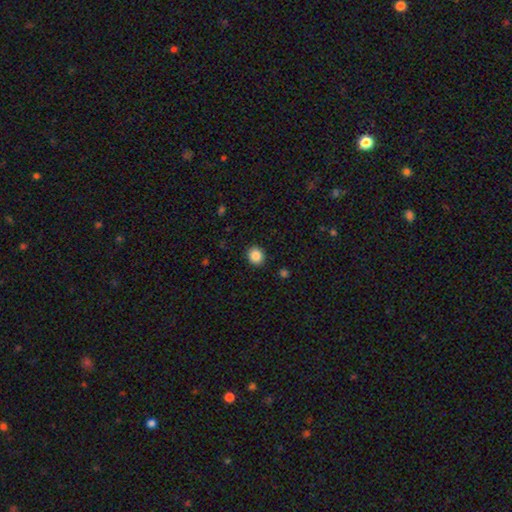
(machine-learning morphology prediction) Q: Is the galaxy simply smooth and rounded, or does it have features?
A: smooth — 86%.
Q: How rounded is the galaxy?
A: round — 79%.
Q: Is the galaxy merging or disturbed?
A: none — 91%.